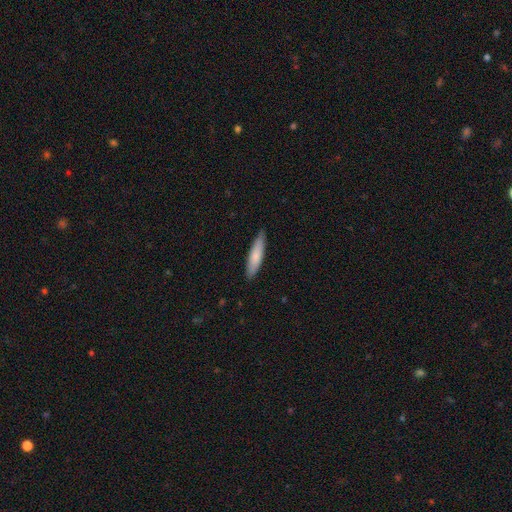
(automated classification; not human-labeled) The model was most divided on "how rounded": cigar-shaped: 79%, in between: 20%, round: 1%. More confident: merging — none (86%); smooth or featured — smooth (78%).